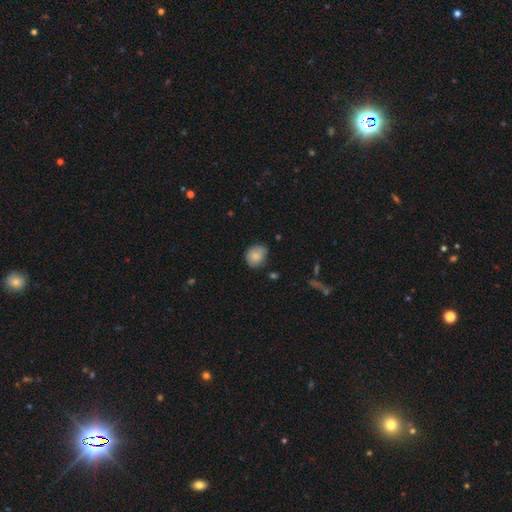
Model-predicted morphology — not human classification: Smooth or featured? Predicted: smooth (p=0.80). How rounded? Predicted: round (p=0.66). Merging? Predicted: none (p=0.60).